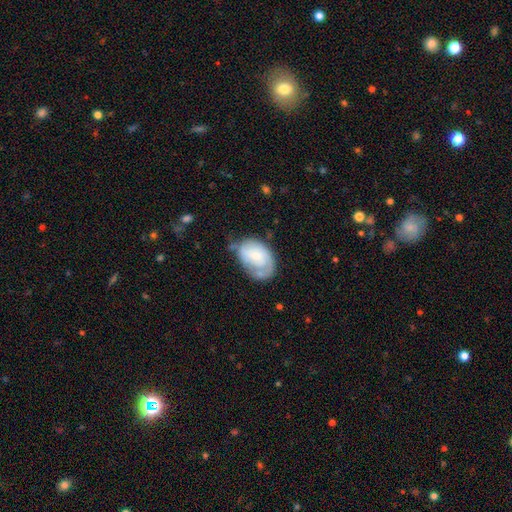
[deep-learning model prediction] Smooth or featured? Predicted: smooth (p=0.48). Merging? Predicted: none (p=0.45).